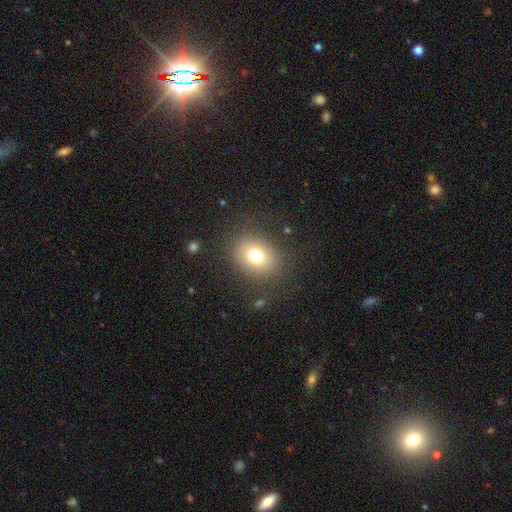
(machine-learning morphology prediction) Smooth or featured? Predicted: smooth (p=0.74). How rounded? Predicted: round (p=0.54). Merging? Predicted: none (p=0.83).